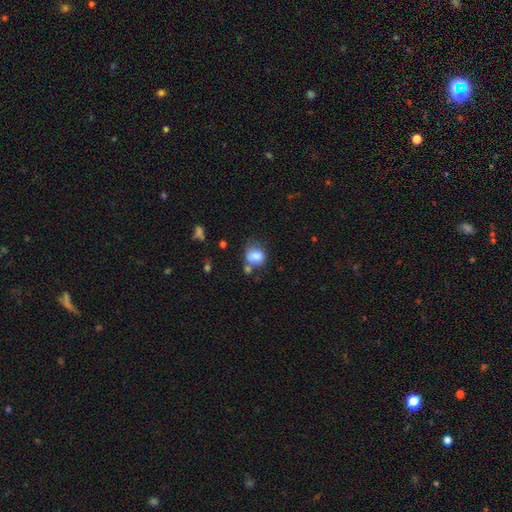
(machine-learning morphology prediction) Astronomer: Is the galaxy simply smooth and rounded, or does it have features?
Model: smooth — 81%.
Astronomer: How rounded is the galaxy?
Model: round — 70%.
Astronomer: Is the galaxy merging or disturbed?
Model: none — 45% (runner-up: minor disturbance, 24%).